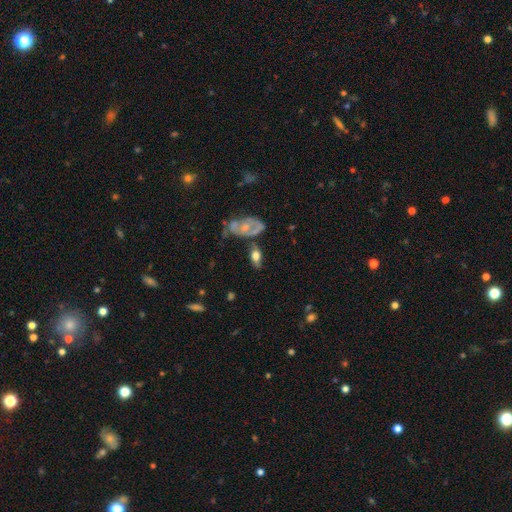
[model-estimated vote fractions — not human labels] The model was most divided on "smooth or featured": smooth: 56%, featured or disk: 37%, star or artifact: 8%. More confident: how rounded — in between (83%); merging — none (58%).